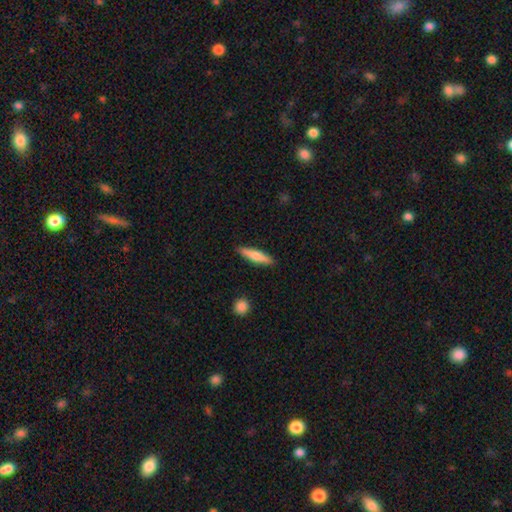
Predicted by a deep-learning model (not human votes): Overall: smooth (71%). How rounded: cigar-shaped (81%). Merging: none (89%).